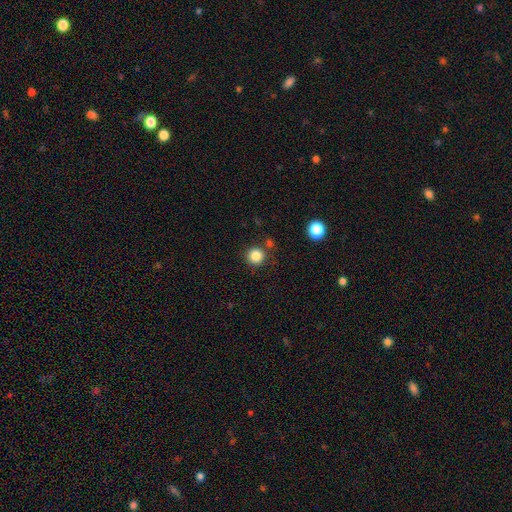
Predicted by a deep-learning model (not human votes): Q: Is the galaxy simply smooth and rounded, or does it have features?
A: smooth — 85%.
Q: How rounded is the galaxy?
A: round — 94%.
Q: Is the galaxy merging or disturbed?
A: none — 83%.